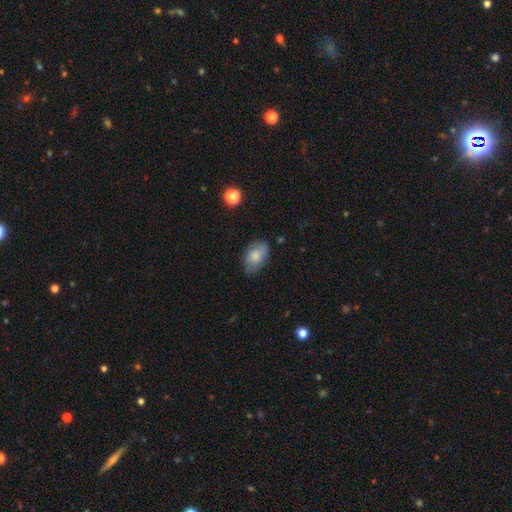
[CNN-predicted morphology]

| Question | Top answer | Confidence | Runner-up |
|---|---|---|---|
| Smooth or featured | smooth | 77% | featured or disk (16%) |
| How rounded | in between | 91% | round (8%) |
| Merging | none | 76% | minor disturbance (18%) |